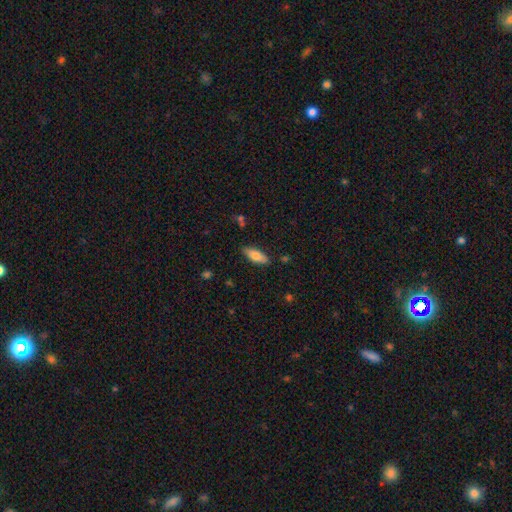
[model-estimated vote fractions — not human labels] A smooth galaxy with no disk features (76%) that is in between round and cigar-shaped (69%).

Vote fractions:
- Smooth or featured? smooth: 76% / featured or disk: 18% / star or artifact: 6%
- How rounded? in between: 69% / cigar-shaped: 29% / round: 2%
- Merging? none: 85% / minor disturbance: 11% / major disturbance: 2% / merger: 2%